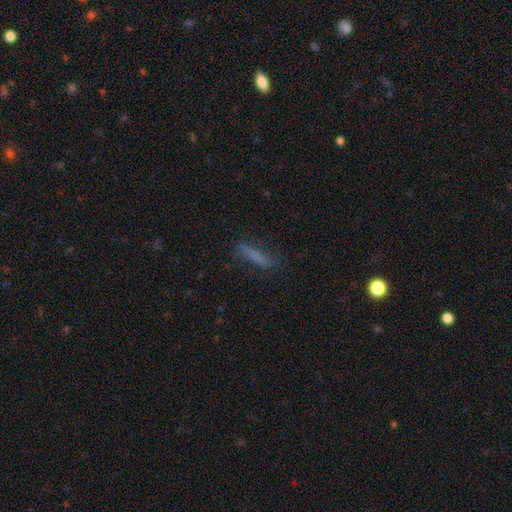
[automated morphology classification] Smooth or featured: smooth — 65% (featured or disk — 23%)
How rounded: cigar-shaped — 85% (in between — 13%)
Merging: none — 71% (minor disturbance — 20%)